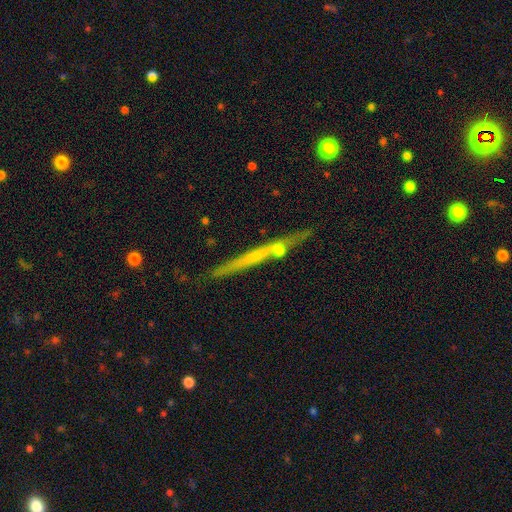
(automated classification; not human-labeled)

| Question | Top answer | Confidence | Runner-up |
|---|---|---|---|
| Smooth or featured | featured or disk | 62% | smooth (30%) |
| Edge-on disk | yes | 96% | no (4%) |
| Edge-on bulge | none | 65% | rounded (30%) |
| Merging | none | 79% | minor disturbance (11%) |